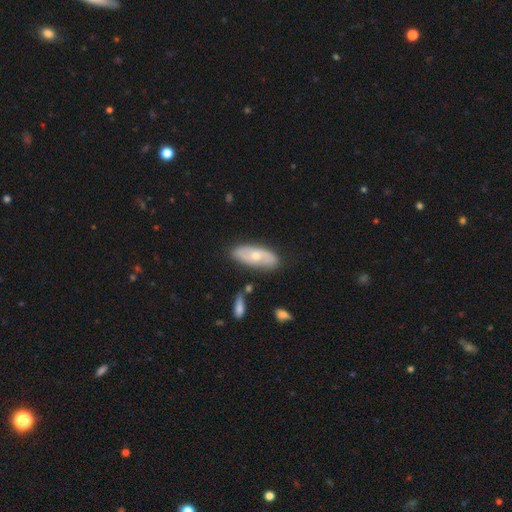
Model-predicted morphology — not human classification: Smooth or featured? featured or disk (50%)
Merging? none (78%)